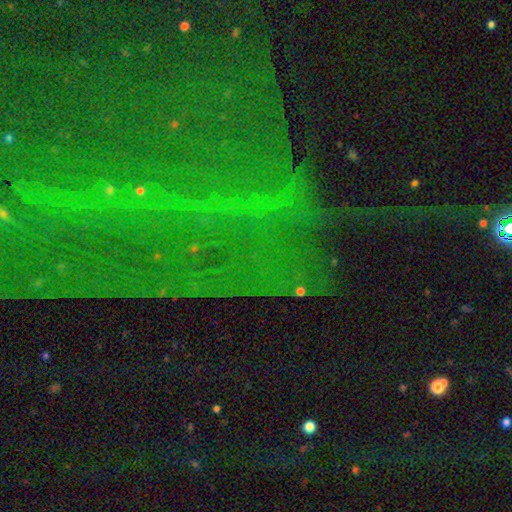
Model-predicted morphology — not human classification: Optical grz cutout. It shows a star or artifact, not a galaxy (84%).